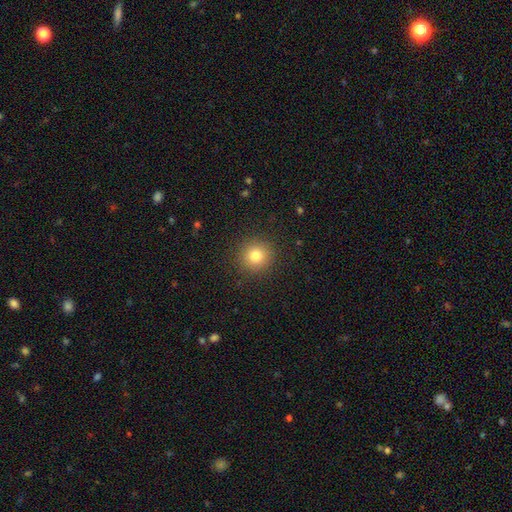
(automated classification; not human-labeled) Q: Smooth or featured?
A: smooth (79%); runner-up: star or artifact (13%)
Q: How rounded?
A: round (93%); runner-up: in between (6%)
Q: Merging?
A: none (90%); runner-up: minor disturbance (6%)